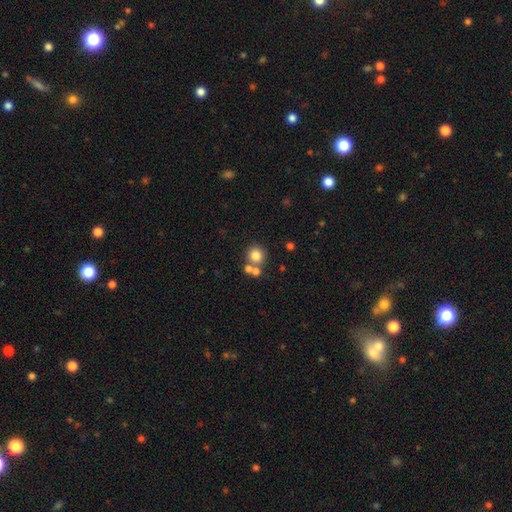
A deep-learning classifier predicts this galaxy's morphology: This is likely a smooth galaxy (78%). How rounded: clearly round (90%). Merging: possibly none (60%).